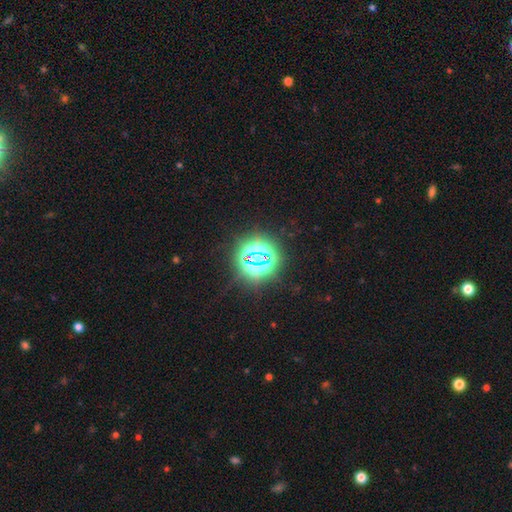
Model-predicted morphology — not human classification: Smooth or featured: star or artifact — 80% (smooth — 11%)